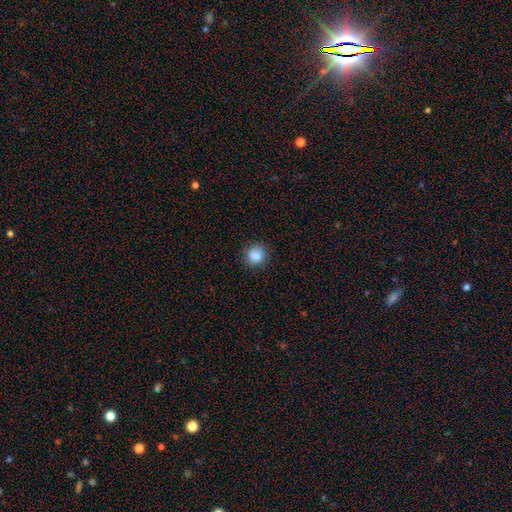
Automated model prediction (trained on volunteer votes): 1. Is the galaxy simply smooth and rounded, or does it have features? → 86% smooth, 10% star or artifact, 5% featured or disk.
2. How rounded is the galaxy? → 84% round, 15% in between, 1% cigar-shaped.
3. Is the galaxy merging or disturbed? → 84% none, 11% minor disturbance, 3% major disturbance, 1% merger.